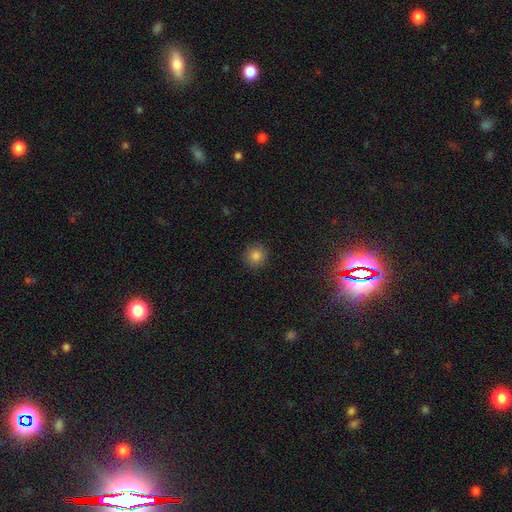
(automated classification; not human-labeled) This appears to be a smooth galaxy with no disk features (84%) that is round (93%). Merging: none (91%).